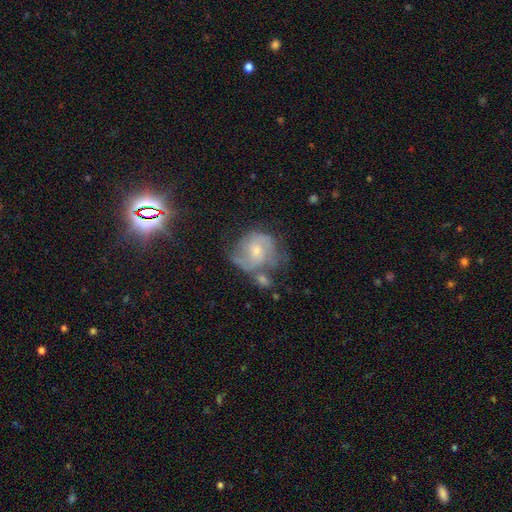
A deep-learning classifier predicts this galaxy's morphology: Q: Smooth or featured?
A: featured or disk (69%); runner-up: smooth (19%)
Q: Edge-on disk?
A: no (97%); runner-up: yes (3%)
Q: Bar?
A: no (54%); runner-up: weak (38%)
Q: Spiral arms?
A: yes (86%); runner-up: no (14%)
Q: Spiral winding?
A: medium (45%); runner-up: tight (37%)
Q: Spiral arm count?
A: 2 (55%); runner-up: can't tell (24%)
Q: Bulge size?
A: small (48%); runner-up: moderate (45%)
Q: Merging?
A: none (46%); runner-up: minor disturbance (24%)